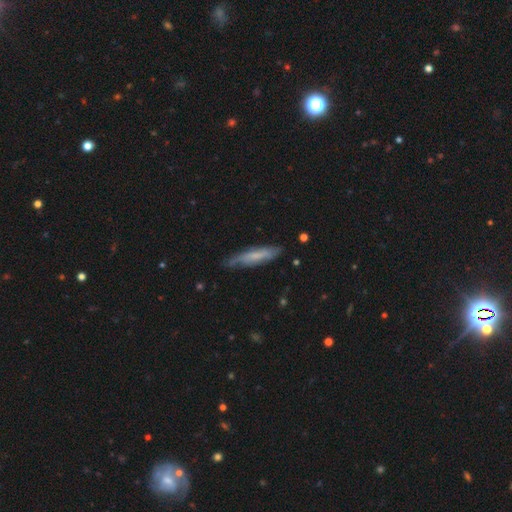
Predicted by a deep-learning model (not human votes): The model was most divided on "smooth or featured": smooth: 53%, featured or disk: 41%, star or artifact: 6%. More confident: how rounded — cigar-shaped (80%); merging — none (72%).